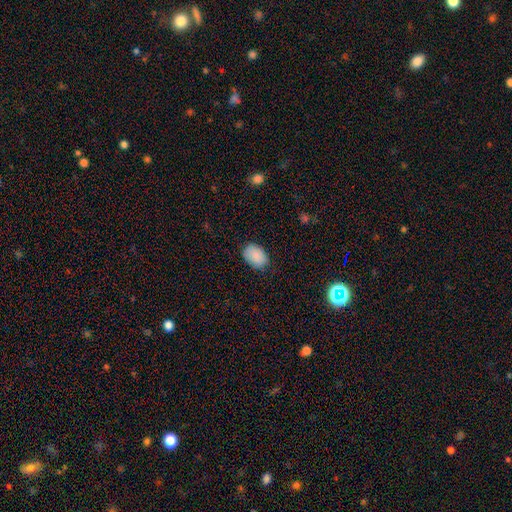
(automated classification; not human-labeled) This appears to be a smooth galaxy with no disk features (89%) that is in between round and cigar-shaped (82%). Merging: none (82%).